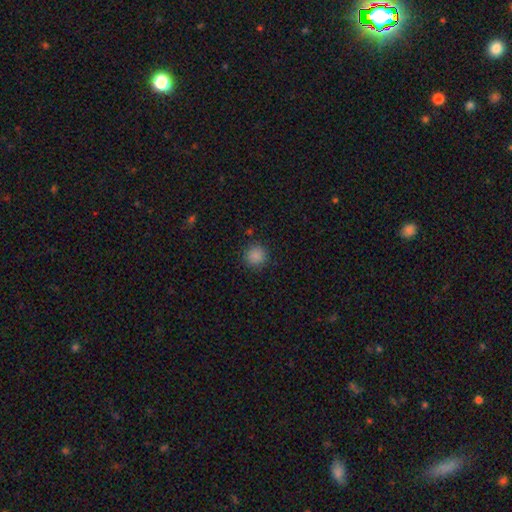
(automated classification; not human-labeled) smooth-or-featured: smooth: 86% | star or artifact: 11% | featured or disk: 3%
  how-rounded: round: 93% | in between: 6% | cigar-shaped: 1%
  merging: none: 89% | minor disturbance: 8% | major disturbance: 3% | merger: 1%